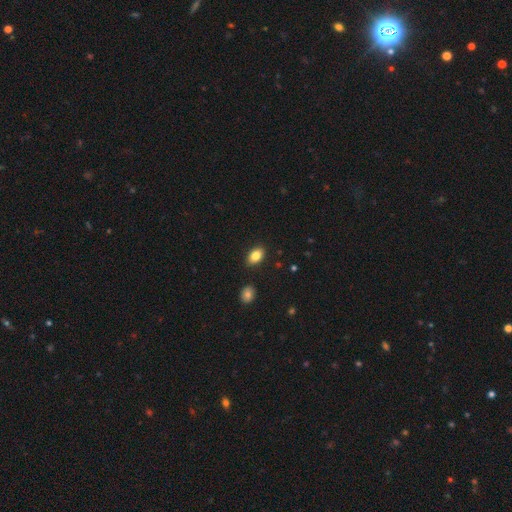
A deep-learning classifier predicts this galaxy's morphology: Overall: smooth (84%). How rounded: in between (88%). Merging: none (88%).